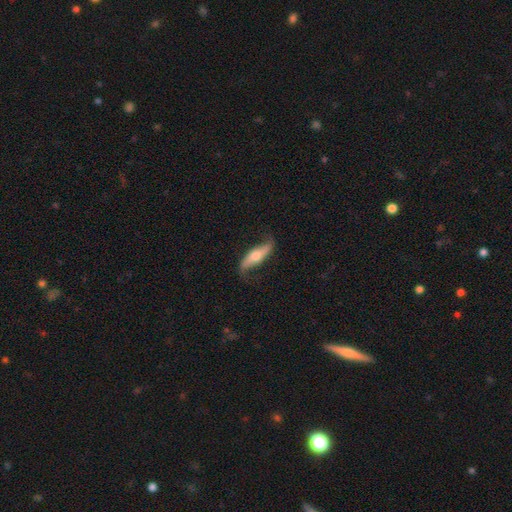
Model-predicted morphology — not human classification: Smooth or featured: featured or disk — 70% (smooth — 24%)
Edge-on disk: no — 62% (yes — 38%)
Merging: none — 73% (minor disturbance — 19%)